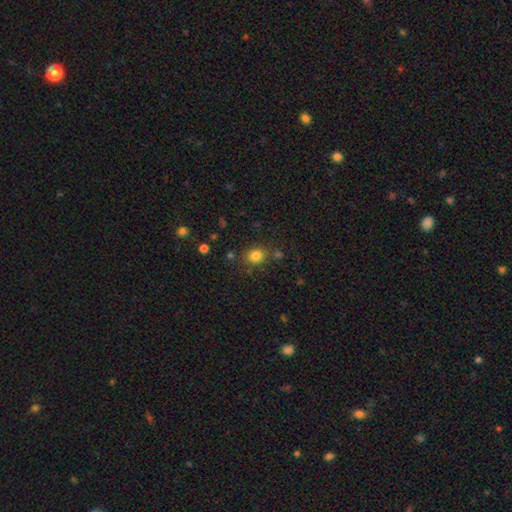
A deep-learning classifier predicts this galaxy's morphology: smooth 81%, star or artifact 13%, featured or disk 6%. Down the decision tree: how rounded — round (74%); merging — none (80%).